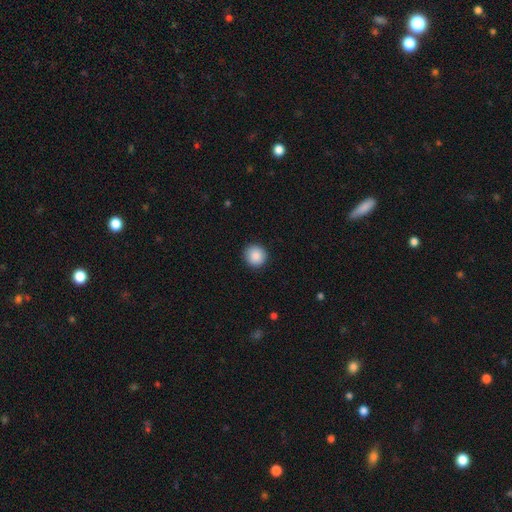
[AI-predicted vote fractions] smooth 88%, star or artifact 8%, featured or disk 4%. Down the decision tree: how rounded — round (92%); merging — none (91%).